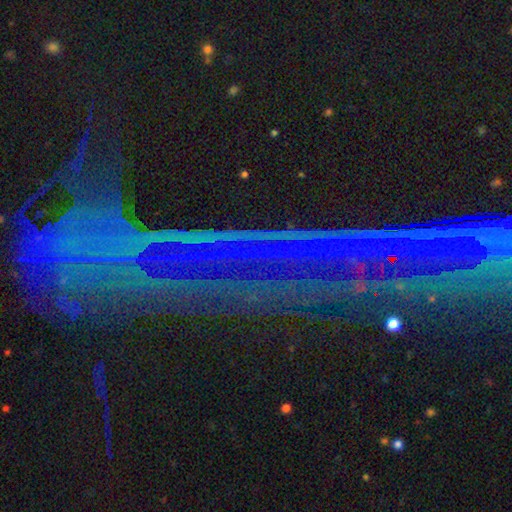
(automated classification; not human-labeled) Overall: star or artifact (84%).